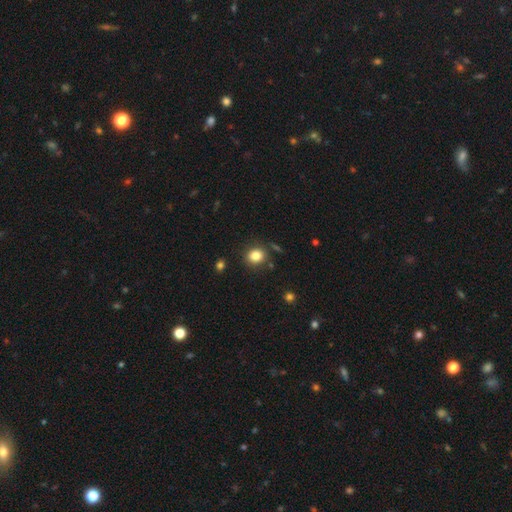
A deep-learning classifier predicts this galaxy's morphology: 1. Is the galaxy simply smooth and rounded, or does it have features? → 83% smooth, 11% star or artifact, 6% featured or disk.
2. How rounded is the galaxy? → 74% round, 25% in between, 1% cigar-shaped.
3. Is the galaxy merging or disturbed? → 84% none, 9% minor disturbance, 3% merger, 3% major disturbance.